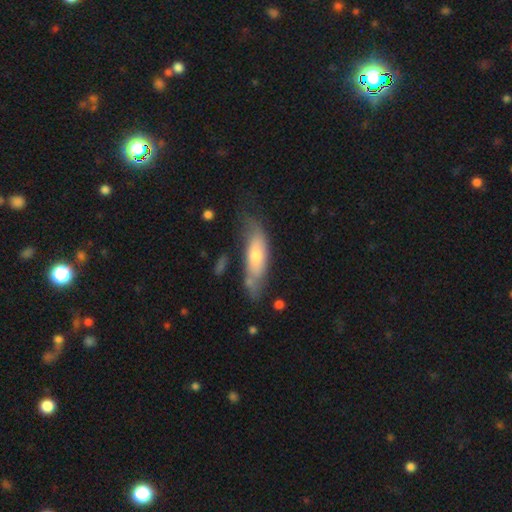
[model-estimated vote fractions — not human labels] Smooth or featured? smooth (54%)
How rounded? in between (55%)
Merging? none (52%)